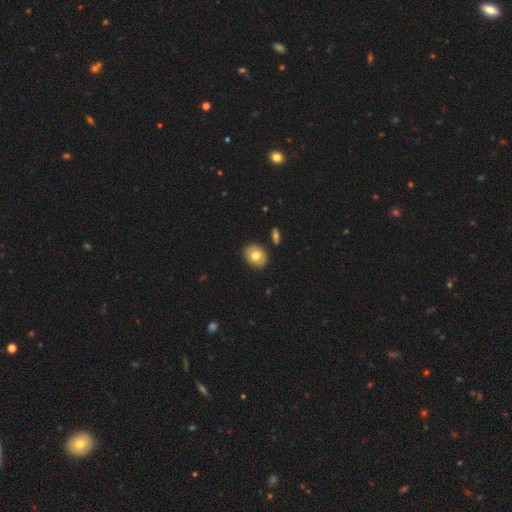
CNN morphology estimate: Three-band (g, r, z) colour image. It shows a smooth galaxy with no disk features (74%) that is round (52%). Merging: none (88%).